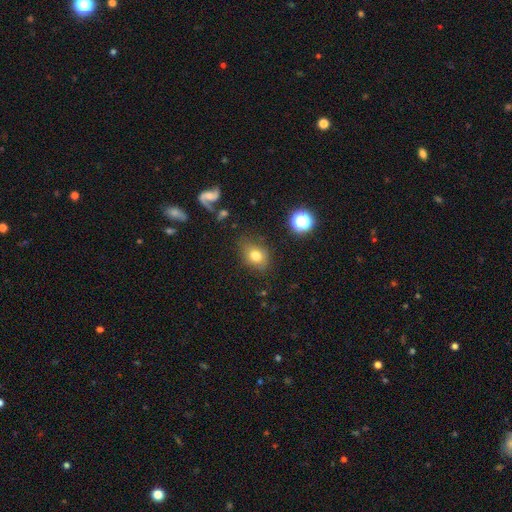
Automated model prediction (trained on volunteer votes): smooth 74%, featured or disk 13%, star or artifact 13%. Down the decision tree: how rounded — in between (60%); merging — none (72%).